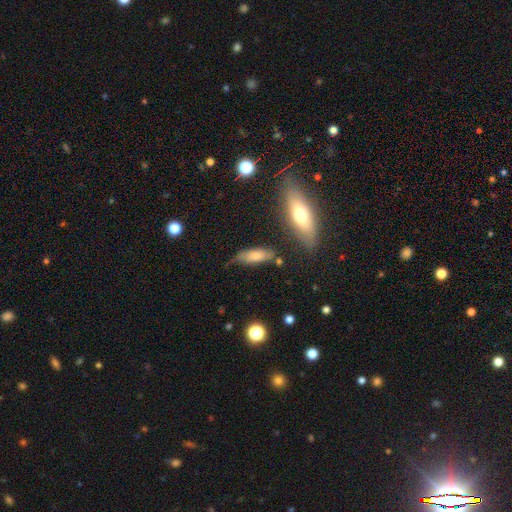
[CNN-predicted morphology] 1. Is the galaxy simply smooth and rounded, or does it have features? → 67% smooth, 25% featured or disk, 8% star or artifact.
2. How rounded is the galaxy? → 56% in between, 41% cigar-shaped, 3% round.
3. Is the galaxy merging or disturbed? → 57% none, 28% minor disturbance, 9% major disturbance, 6% merger.